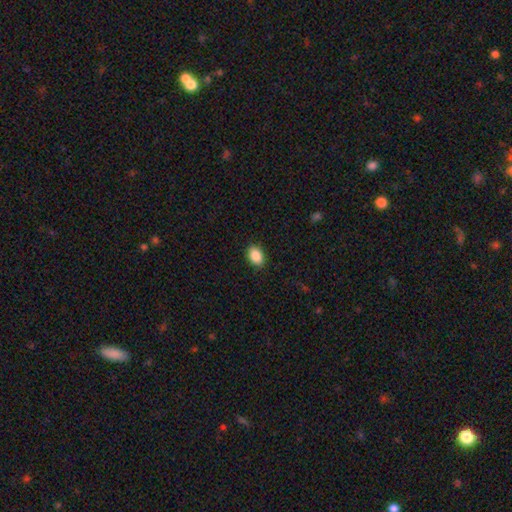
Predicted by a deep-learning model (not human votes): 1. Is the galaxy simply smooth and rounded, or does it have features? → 89% smooth, 7% star or artifact, 3% featured or disk.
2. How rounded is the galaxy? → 83% in between, 15% round, 1% cigar-shaped.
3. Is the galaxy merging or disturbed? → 89% none, 8% minor disturbance, 2% major disturbance, 1% merger.